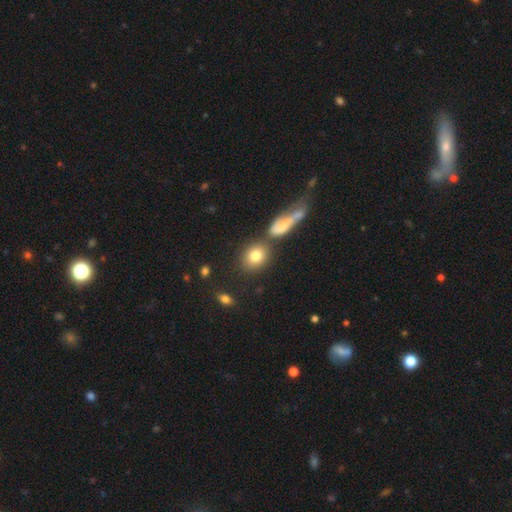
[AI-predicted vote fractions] smooth-or-featured: smooth: 79% | featured or disk: 11% | star or artifact: 10%
  how-rounded: round: 58% | in between: 39% | cigar-shaped: 2%
  merging: none: 64% | merger: 20% | minor disturbance: 11% | major disturbance: 5%